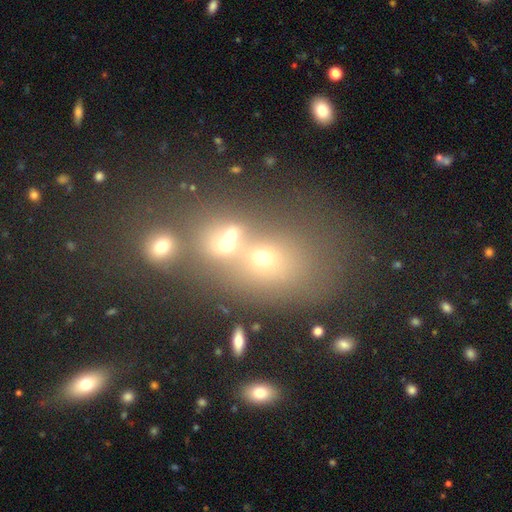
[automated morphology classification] Smooth or featured: smooth — 48% (star or artifact — 30%)
Merging: merger — 53% (none — 33%)